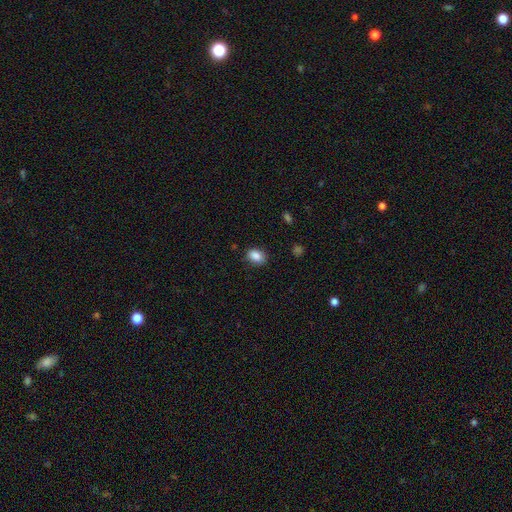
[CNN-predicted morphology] type=smooth (87%); roundness=in between (77%); merging=none (83%).